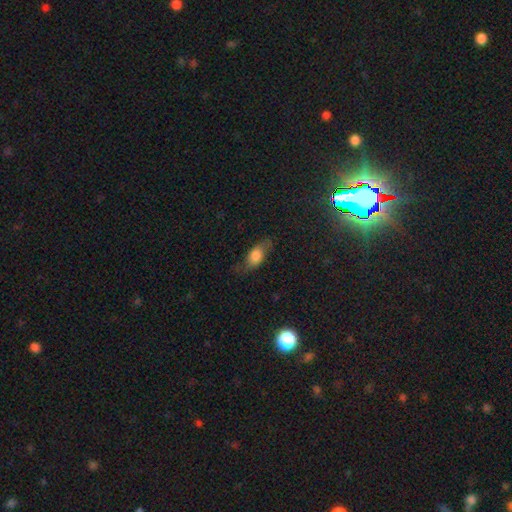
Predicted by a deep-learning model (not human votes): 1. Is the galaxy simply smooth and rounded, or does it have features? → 69% smooth, 22% featured or disk, 9% star or artifact.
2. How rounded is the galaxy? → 78% in between, 16% cigar-shaped, 7% round.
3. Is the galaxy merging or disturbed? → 67% none, 23% minor disturbance, 8% major disturbance, 2% merger.